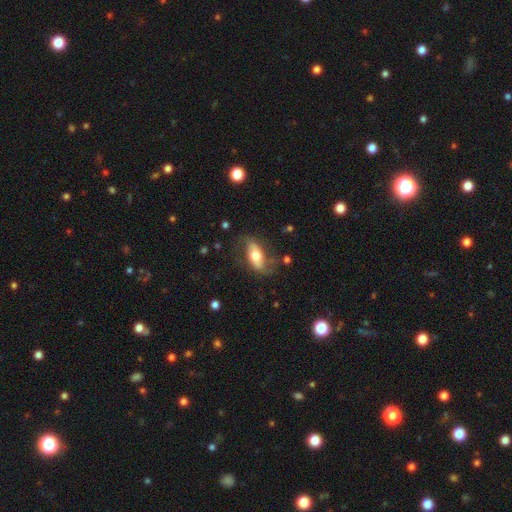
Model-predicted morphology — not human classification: Smooth or featured?
  - smooth: 48% *
  - featured or disk: 45%
  - star or artifact: 6%
Merging?
  - none: 65% *
  - minor disturbance: 21%
  - major disturbance: 12%
  - merger: 2%